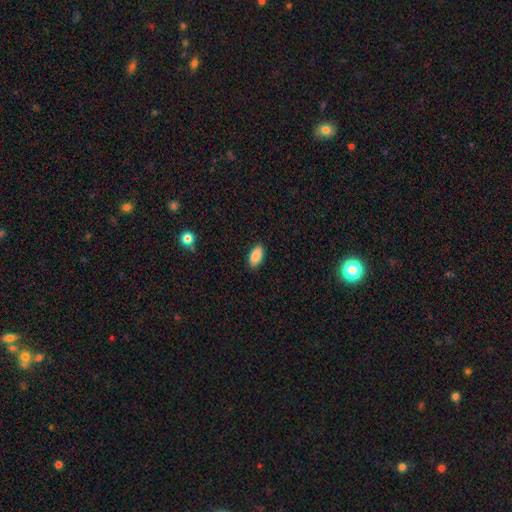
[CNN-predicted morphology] This appears to be a smooth galaxy with no disk features (87%) that is in between round and cigar-shaped (94%). Merging: none (88%).